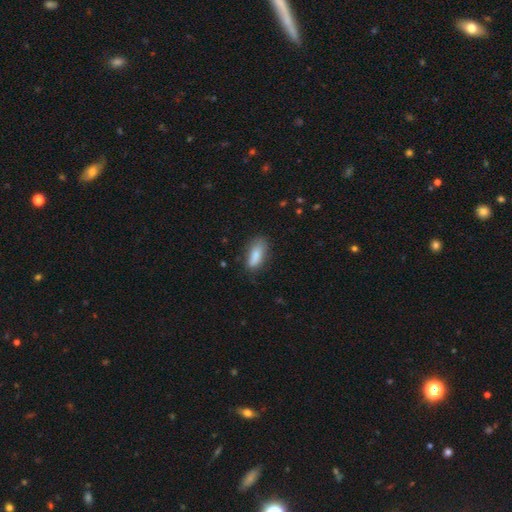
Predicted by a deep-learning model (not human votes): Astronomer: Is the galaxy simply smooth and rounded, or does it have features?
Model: smooth — 83%.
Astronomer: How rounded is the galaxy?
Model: in between — 75%.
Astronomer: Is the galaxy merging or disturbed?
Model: none — 70%.